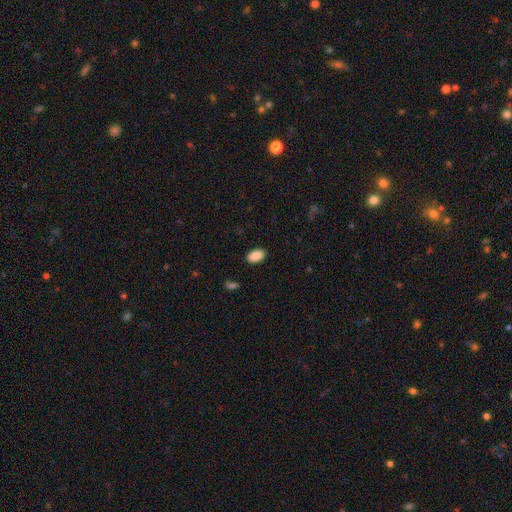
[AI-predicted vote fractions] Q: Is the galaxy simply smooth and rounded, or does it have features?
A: smooth — 89%.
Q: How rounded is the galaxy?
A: in between — 93%.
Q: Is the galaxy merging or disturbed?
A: none — 89%.